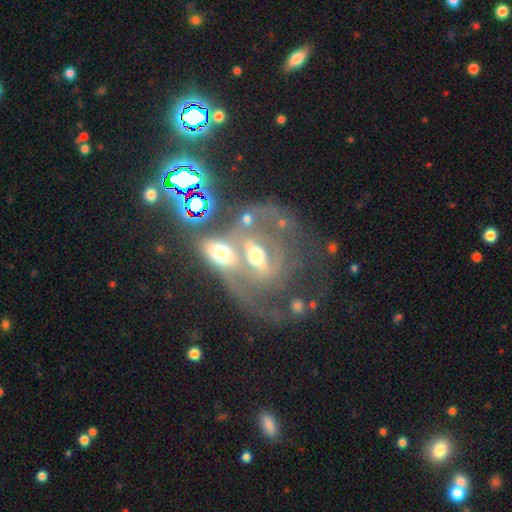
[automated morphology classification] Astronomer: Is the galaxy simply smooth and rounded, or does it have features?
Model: featured or disk — 71%.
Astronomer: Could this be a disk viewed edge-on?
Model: no — 92%.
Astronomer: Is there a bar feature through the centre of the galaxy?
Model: strong — 37% (runner-up: no, 34%).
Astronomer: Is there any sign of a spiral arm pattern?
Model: yes — 55% (runner-up: no, 45%).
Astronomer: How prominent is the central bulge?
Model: moderate — 63%.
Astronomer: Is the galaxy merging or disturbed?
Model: merger — 54%.